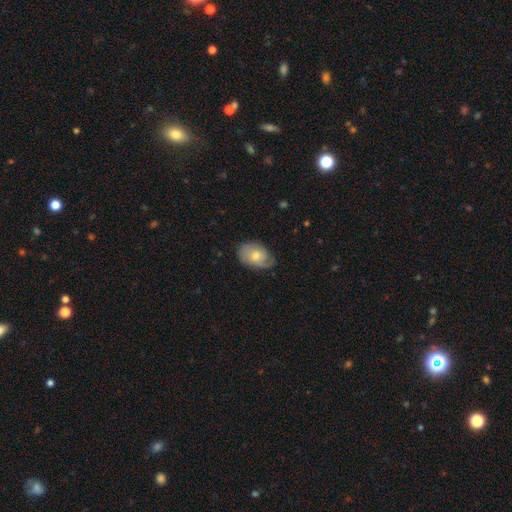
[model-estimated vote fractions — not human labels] This appears to be a smooth galaxy with no disk features (51%) that is in between round and cigar-shaped (82%). Merging: none (63%).